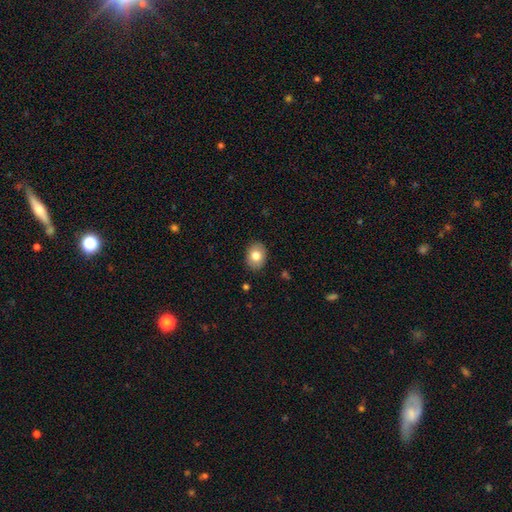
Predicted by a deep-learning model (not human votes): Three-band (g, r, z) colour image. It shows a smooth galaxy with no disk features (80%) that is in between round and cigar-shaped (64%). Merging: none (89%).